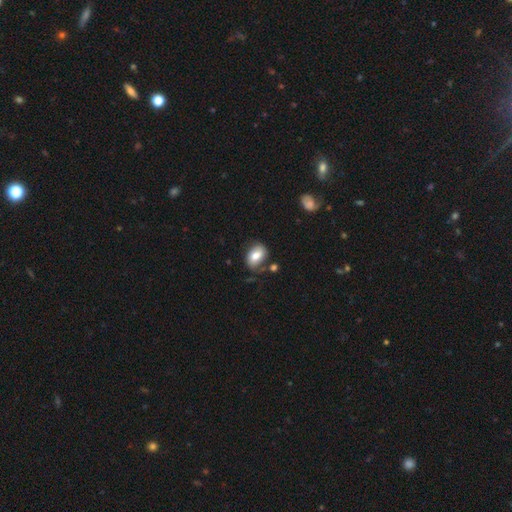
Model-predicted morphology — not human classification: Overall: smooth (76%). How rounded: in between (82%). Merging: none (64%).